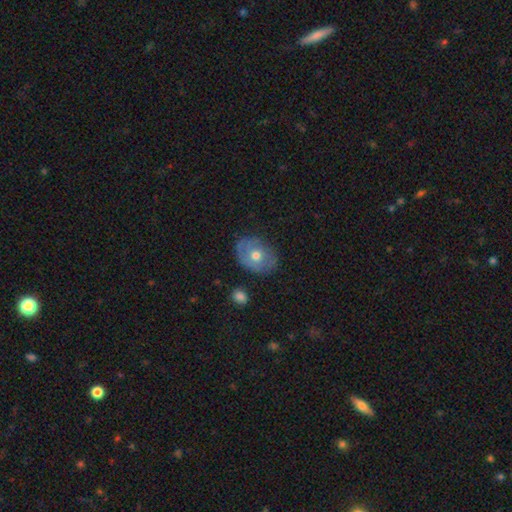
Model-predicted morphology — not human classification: This is possibly a smooth galaxy (47%). Merging: likely none (74%).